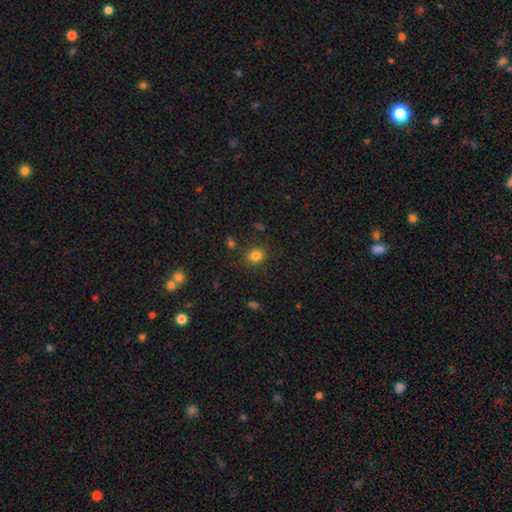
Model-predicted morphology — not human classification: smooth_or_featured: smooth (p=0.82) [alt: star or artifact p=0.13]
how_rounded: round (p=0.68) [alt: in between p=0.31]
merging: none (p=0.86) [alt: minor disturbance p=0.09]